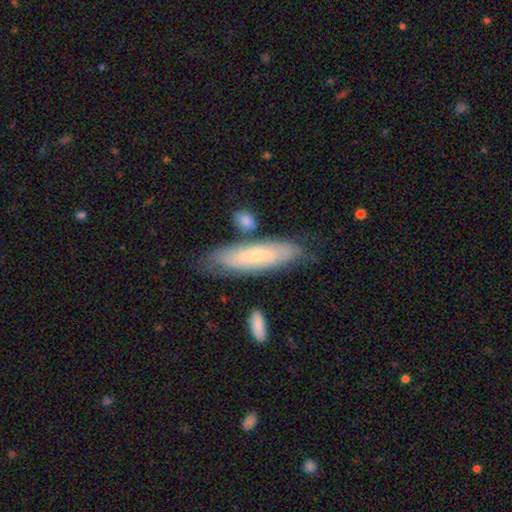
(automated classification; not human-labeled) Q: Smooth or featured?
A: smooth (47%); runner-up: featured or disk (46%)
Q: Merging?
A: none (71%); runner-up: minor disturbance (18%)